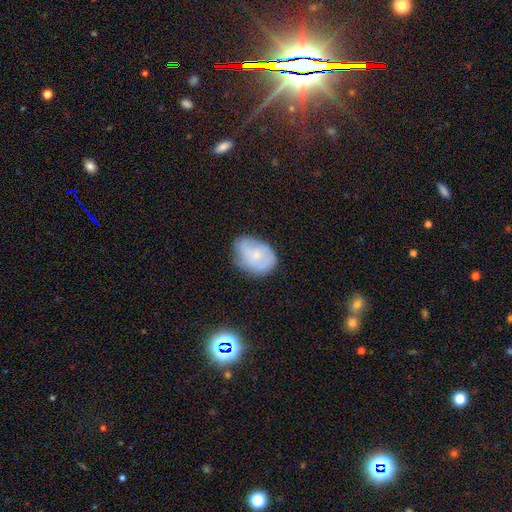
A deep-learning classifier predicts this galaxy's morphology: Q: Smooth or featured?
A: smooth (53%); runner-up: featured or disk (39%)
Q: How rounded?
A: in between (69%); runner-up: round (30%)
Q: Merging?
A: none (59%); runner-up: minor disturbance (30%)